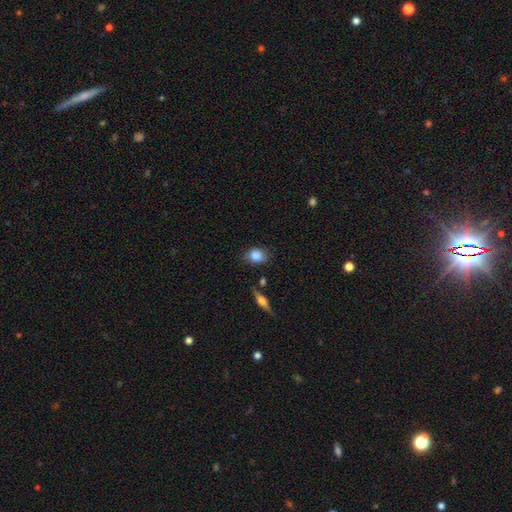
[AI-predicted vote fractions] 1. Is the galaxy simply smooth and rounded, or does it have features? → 83% smooth, 9% featured or disk, 8% star or artifact.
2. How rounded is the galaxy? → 57% in between, 41% round, 2% cigar-shaped.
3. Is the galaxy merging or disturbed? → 72% none, 20% minor disturbance, 5% major disturbance, 4% merger.